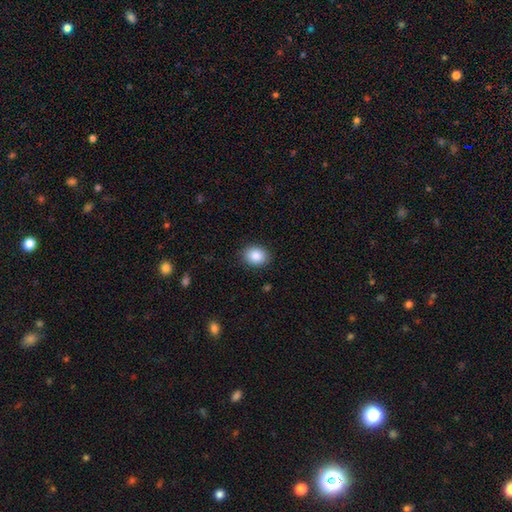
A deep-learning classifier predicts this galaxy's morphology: A smooth galaxy with no disk features (88%) that is round (54%).

Vote fractions:
- Smooth or featured? smooth: 88% / star or artifact: 8% / featured or disk: 4%
- How rounded? round: 54% / in between: 46% / cigar-shaped: 1%
- Merging? none: 89% / minor disturbance: 8% / major disturbance: 2% / merger: 1%